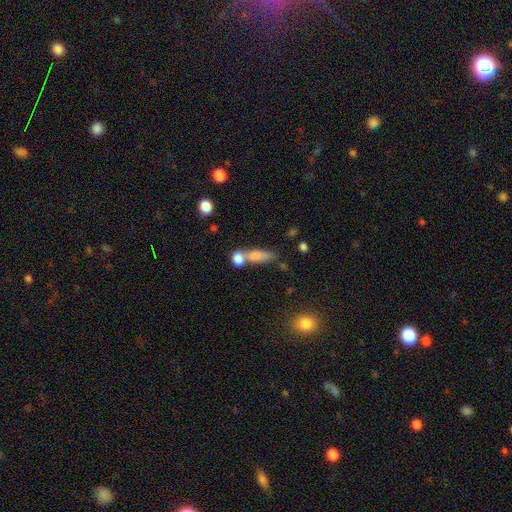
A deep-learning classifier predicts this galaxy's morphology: Smooth or featured? smooth (76%)
How rounded? in between (63%)
Merging? merger (51%)